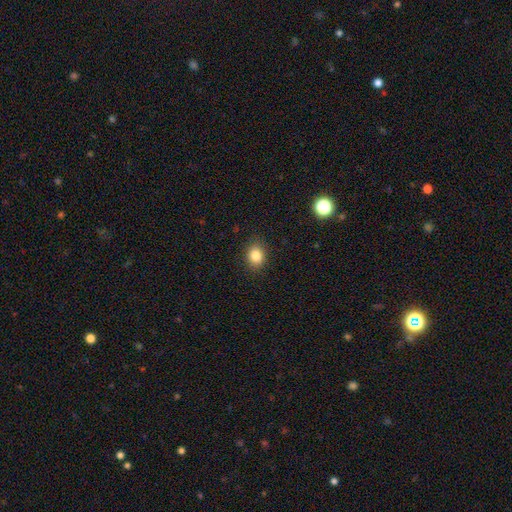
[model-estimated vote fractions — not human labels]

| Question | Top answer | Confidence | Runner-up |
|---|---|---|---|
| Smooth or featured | smooth | 85% | star or artifact (10%) |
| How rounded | round | 51% | in between (48%) |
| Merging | none | 88% | minor disturbance (9%) |